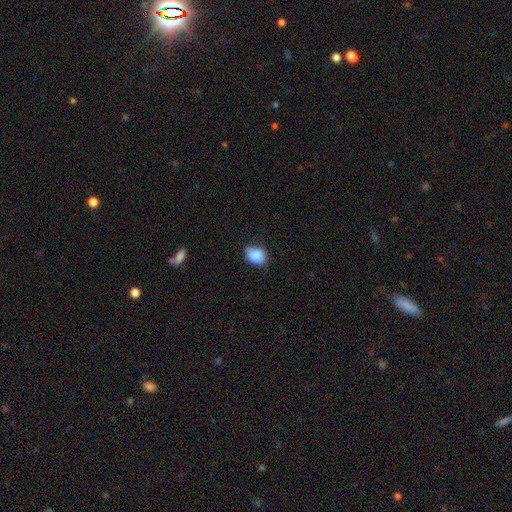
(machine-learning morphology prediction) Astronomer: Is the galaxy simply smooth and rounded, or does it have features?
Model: smooth — 86%.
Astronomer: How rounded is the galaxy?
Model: in between — 67%.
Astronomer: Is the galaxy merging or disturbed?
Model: none — 68%.